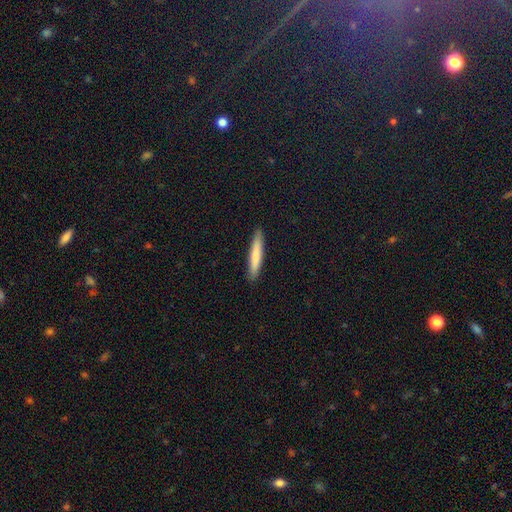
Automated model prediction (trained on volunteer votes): Smooth or featured? Predicted: smooth (p=0.78). How rounded? Predicted: cigar-shaped (p=0.94). Merging? Predicted: none (p=0.91).